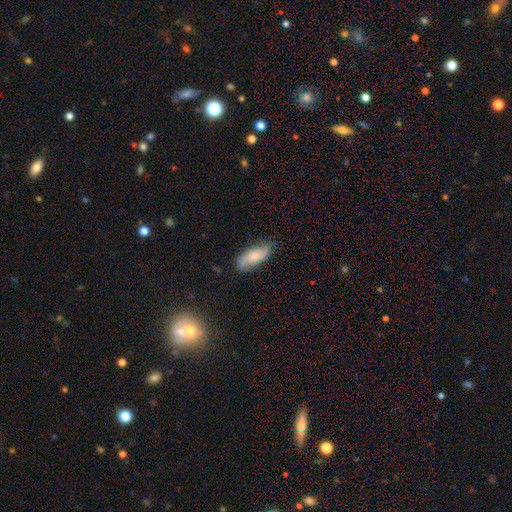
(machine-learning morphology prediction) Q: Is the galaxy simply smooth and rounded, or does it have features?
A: smooth — 62%.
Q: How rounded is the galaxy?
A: in between — 78%.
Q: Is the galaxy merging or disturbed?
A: none — 65%.